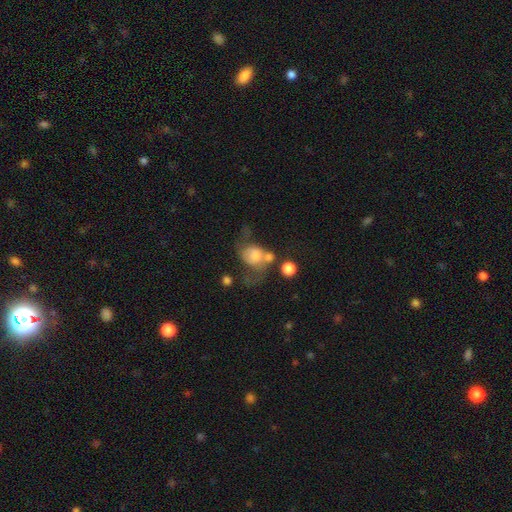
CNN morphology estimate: smooth 59%, featured or disk 31%, star or artifact 10%. Down the decision tree: how rounded — round (52%); merging — major disturbance (31%).